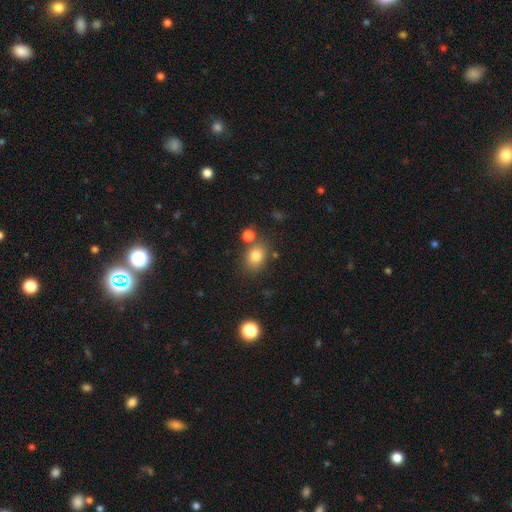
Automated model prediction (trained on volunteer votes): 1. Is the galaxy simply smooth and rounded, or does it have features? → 80% smooth, 11% star or artifact, 9% featured or disk.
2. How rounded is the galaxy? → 64% in between, 35% round, 1% cigar-shaped.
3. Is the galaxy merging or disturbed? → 70% none, 13% merger, 13% minor disturbance, 4% major disturbance.